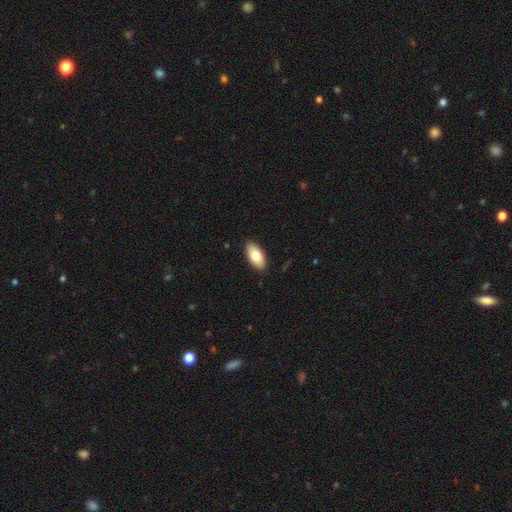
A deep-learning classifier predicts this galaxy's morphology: smooth_or_featured: smooth (p=0.80) [alt: featured or disk p=0.14]
how_rounded: in between (p=0.93) [alt: cigar-shaped p=0.05]
merging: none (p=0.89) [alt: minor disturbance p=0.08]